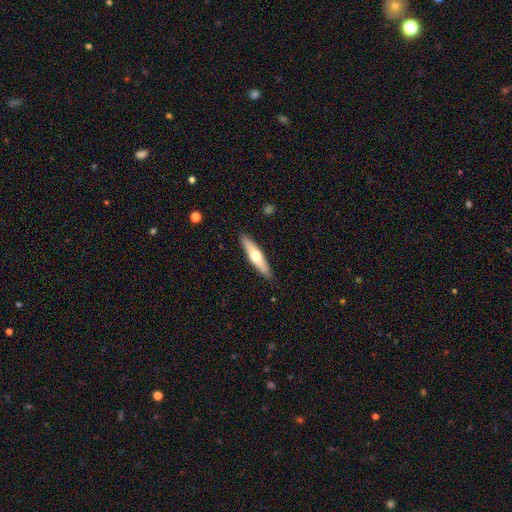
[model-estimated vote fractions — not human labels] Smooth or featured? featured or disk (48%)
Merging? none (89%)